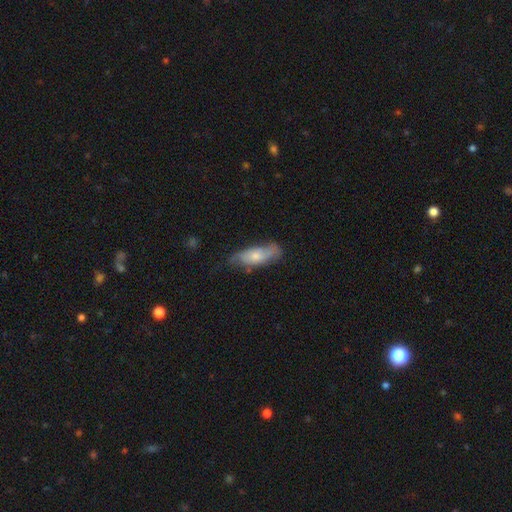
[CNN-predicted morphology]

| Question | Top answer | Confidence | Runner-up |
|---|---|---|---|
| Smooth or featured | smooth | 57% | featured or disk (37%) |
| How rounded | in between | 70% | cigar-shaped (28%) |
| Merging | none | 56% | minor disturbance (30%) |